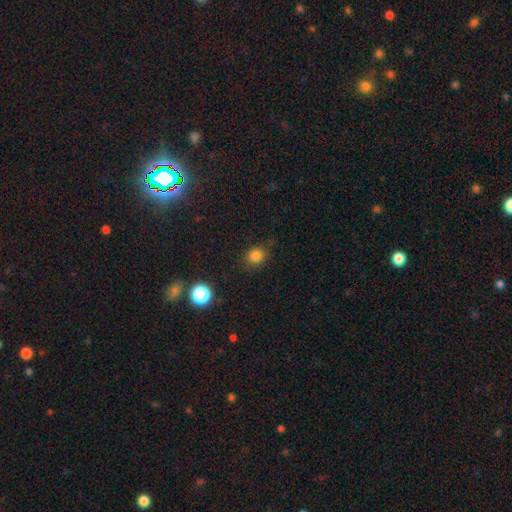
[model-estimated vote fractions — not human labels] Smooth or featured: smooth — 82% (star or artifact — 14%)
How rounded: round — 75% (in between — 24%)
Merging: none — 83% (minor disturbance — 12%)